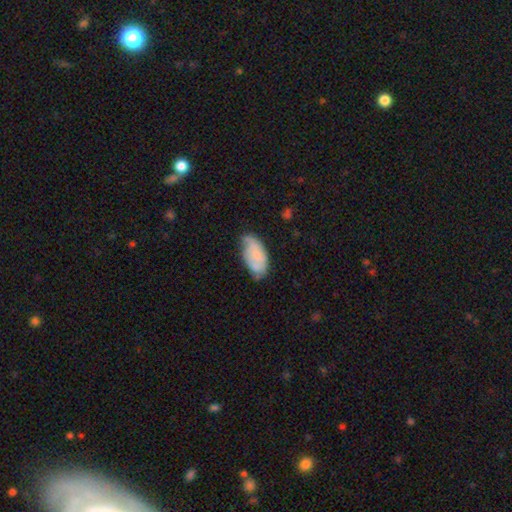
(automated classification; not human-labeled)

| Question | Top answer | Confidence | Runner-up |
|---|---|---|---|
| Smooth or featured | smooth | 58% | featured or disk (35%) |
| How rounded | in between | 94% | cigar-shaped (3%) |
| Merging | none | 51% | minor disturbance (37%) |